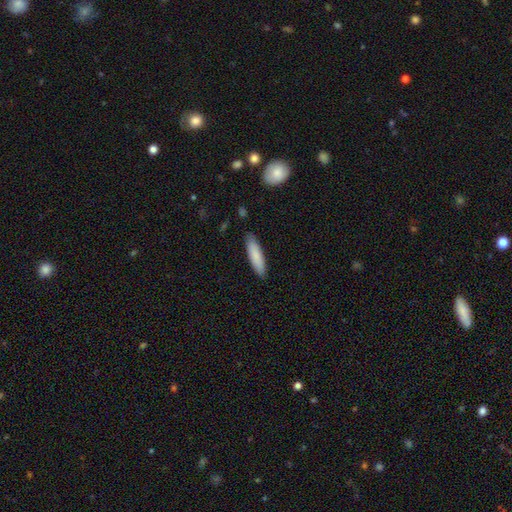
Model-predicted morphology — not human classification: The model was most divided on "how rounded": cigar-shaped: 69%, in between: 30%, round: 1%. More confident: merging — none (86%); smooth or featured — smooth (85%).